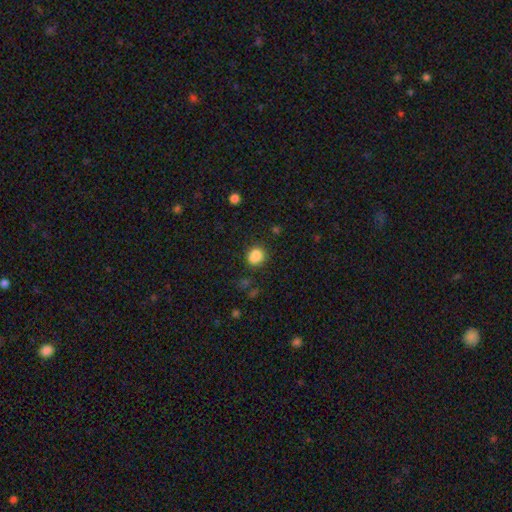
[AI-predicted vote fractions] This appears to be a smooth galaxy with no disk features (84%) that is round (74%). Merging: none (70%).